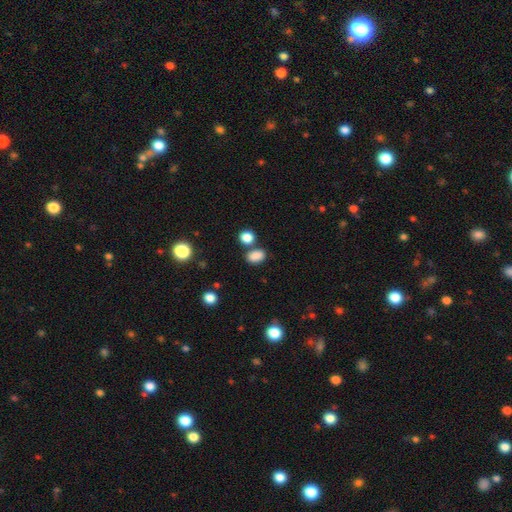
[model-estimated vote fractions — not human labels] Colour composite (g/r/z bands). It shows a smooth galaxy with no disk features (84%) that is in between round and cigar-shaped (77%). Merging: none (67%).